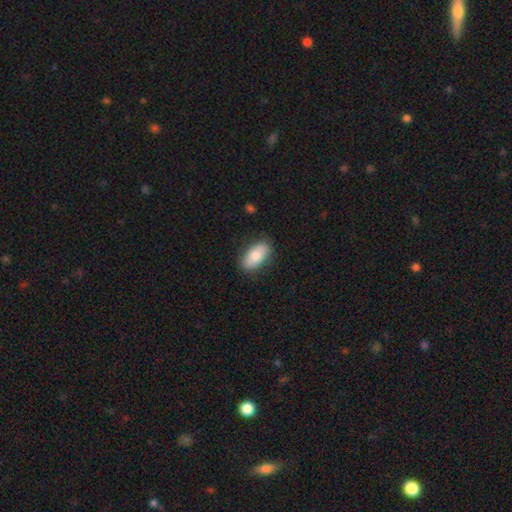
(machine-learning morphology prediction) Q: Smooth or featured?
A: smooth (80%); runner-up: featured or disk (14%)
Q: How rounded?
A: in between (91%); runner-up: cigar-shaped (5%)
Q: Merging?
A: none (85%); runner-up: minor disturbance (12%)